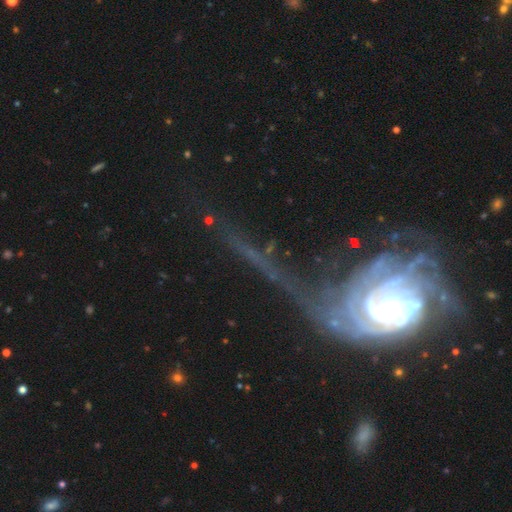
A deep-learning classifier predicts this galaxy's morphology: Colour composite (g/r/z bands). It shows a featured or disk galaxy (78%) with no bar (54%), tight (55%) spiral arms (85%) and a small central bulge (47%). Merging: major disturbance (39%).